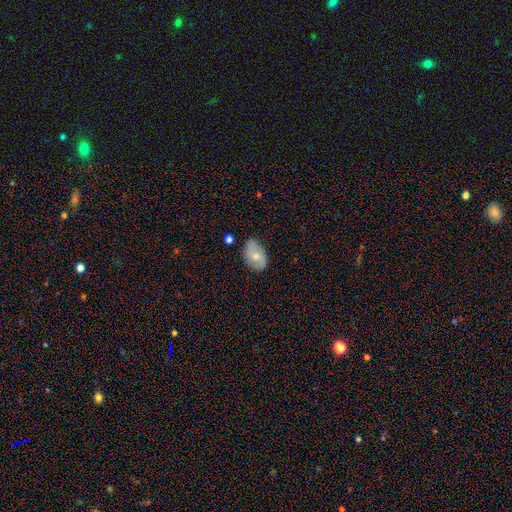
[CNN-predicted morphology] type=smooth (51%); roundness=in between (86%); merging=none (70%).